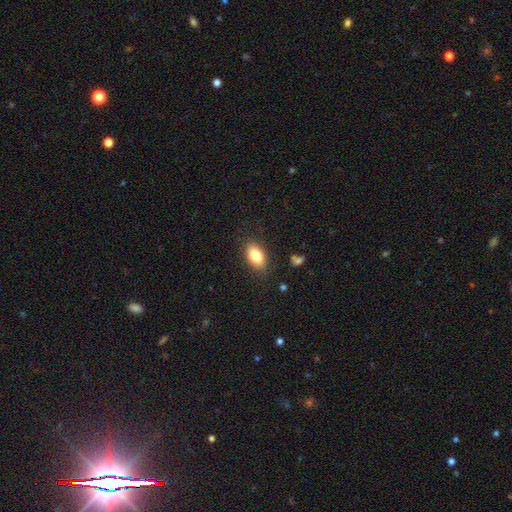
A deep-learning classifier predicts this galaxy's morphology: A smooth galaxy with no disk features (83%) that is in between round and cigar-shaped (90%).

Vote fractions:
- Smooth or featured? smooth: 83% / featured or disk: 10% / star or artifact: 8%
- How rounded? in between: 90% / round: 7% / cigar-shaped: 3%
- Merging? none: 84% / minor disturbance: 11% / major disturbance: 3% / merger: 1%